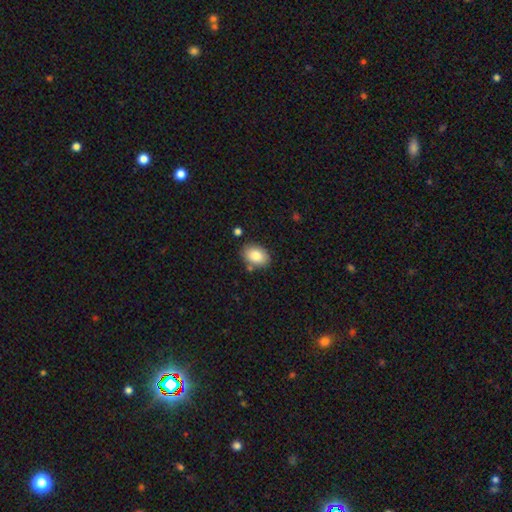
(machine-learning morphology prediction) smooth-or-featured: smooth: 84% | featured or disk: 9% | star or artifact: 7%
  how-rounded: in between: 84% | round: 15% | cigar-shaped: 1%
  merging: none: 81% | minor disturbance: 12% | merger: 5% | major disturbance: 3%